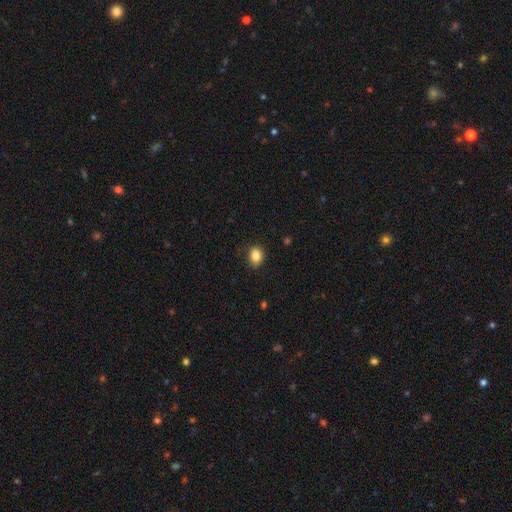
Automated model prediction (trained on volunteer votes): A smooth galaxy with no disk features (85%) that is in between round and cigar-shaped (51%). Merging: none (81%).